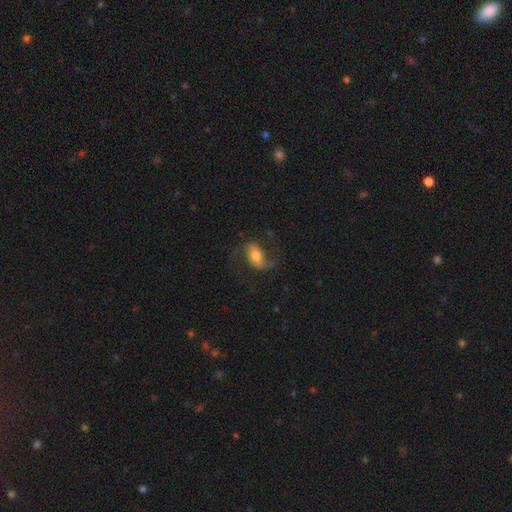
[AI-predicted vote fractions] Smooth or featured?
  - featured or disk: 69% *
  - smooth: 23%
  - star or artifact: 8%
Edge-on disk?
  - no: 95% *
  - yes: 5%
Bar?
  - weak: 38% *
  - no: 35%
  - strong: 27%
Spiral arms?
  - yes: 92% *
  - no: 8%
Spiral winding?
  - loose: 64% *
  - medium: 30%
  - tight: 6%
Spiral arm count?
  - 2: 92% *
  - 1: 3%
  - can't tell: 3%
  - 3: 1%
  - 4: 1%
  - more than 4: 1%
Bulge size?
  - moderate: 60% *
  - large: 20%
  - small: 15%
  - dominant: 3%
  - none: 2%
Merging?
  - none: 68% *
  - minor disturbance: 16%
  - major disturbance: 14%
  - merger: 2%